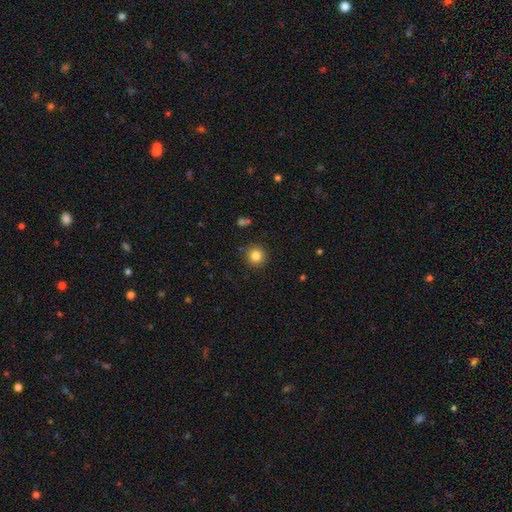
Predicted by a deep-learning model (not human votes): smooth-or-featured: smooth: 83% | star or artifact: 11% | featured or disk: 6%
  how-rounded: round: 95% | in between: 4% | cigar-shaped: 1%
  merging: none: 90% | minor disturbance: 7% | major disturbance: 2% | merger: 2%